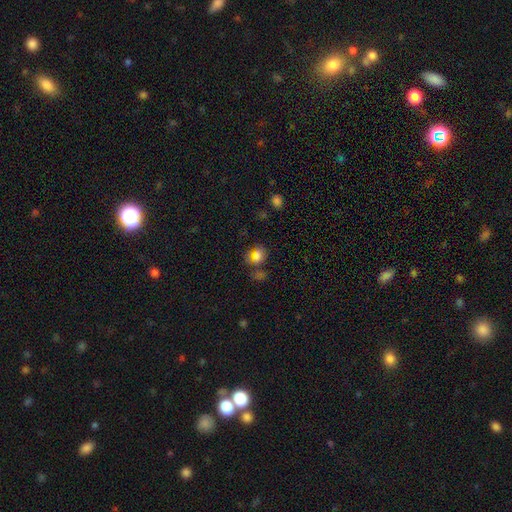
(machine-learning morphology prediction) type=smooth (68%); roundness=in between (59%); merging=none (61%).